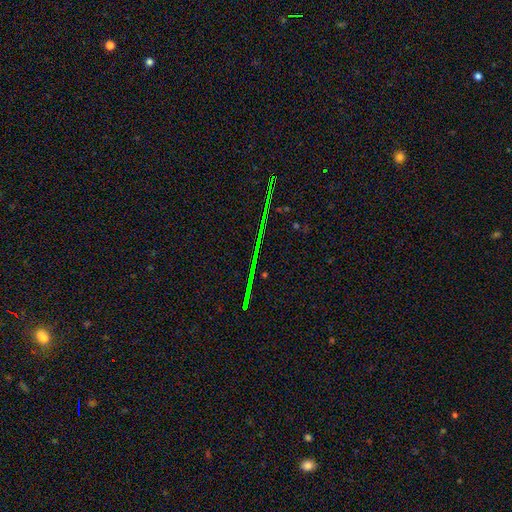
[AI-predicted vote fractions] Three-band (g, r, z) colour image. It shows a star or artifact, not a galaxy (80%).